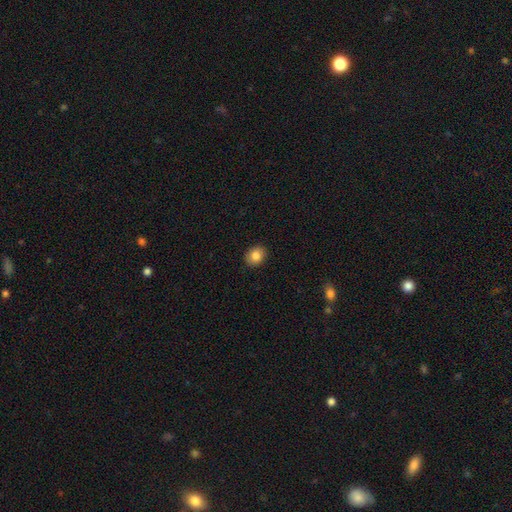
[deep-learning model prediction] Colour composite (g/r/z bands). It shows a smooth galaxy with no disk features (85%) that is round (57%). Merging: none (90%).